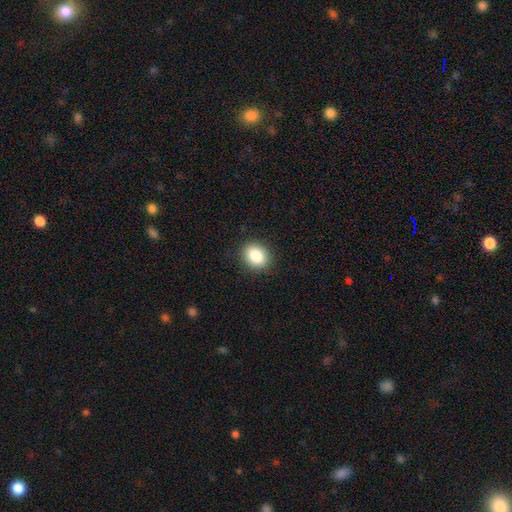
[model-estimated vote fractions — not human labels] This is clearly a smooth galaxy (86%). How rounded: possibly round (51%). Merging: clearly none (90%).